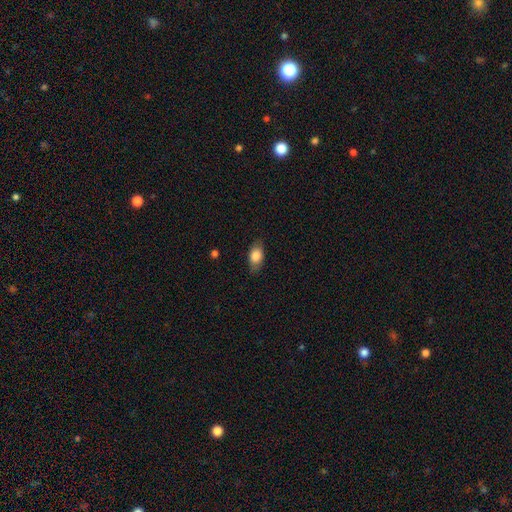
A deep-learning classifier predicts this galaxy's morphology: Smooth or featured? smooth (81%)
How rounded? in between (88%)
Merging? none (81%)